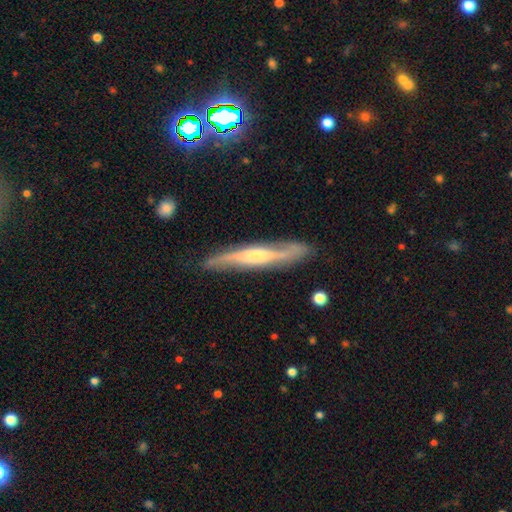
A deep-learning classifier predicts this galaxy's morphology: Smooth or featured?
  - featured or disk: 66% *
  - smooth: 28%
  - star or artifact: 5%
Edge-on disk?
  - yes: 65% *
  - no: 35%
Merging?
  - none: 80% *
  - minor disturbance: 15%
  - major disturbance: 4%
  - merger: 2%